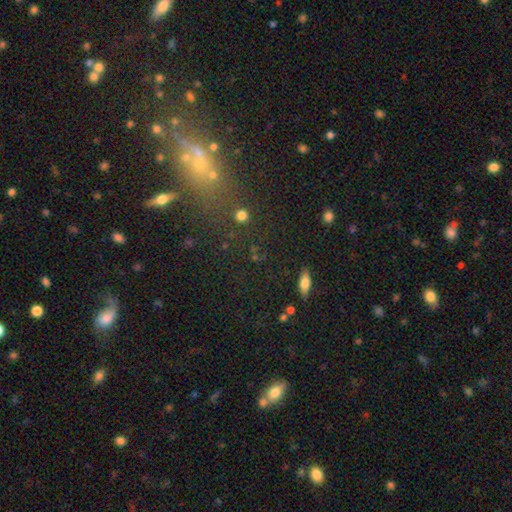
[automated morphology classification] This appears to be a star or artifact, not a galaxy (45%).